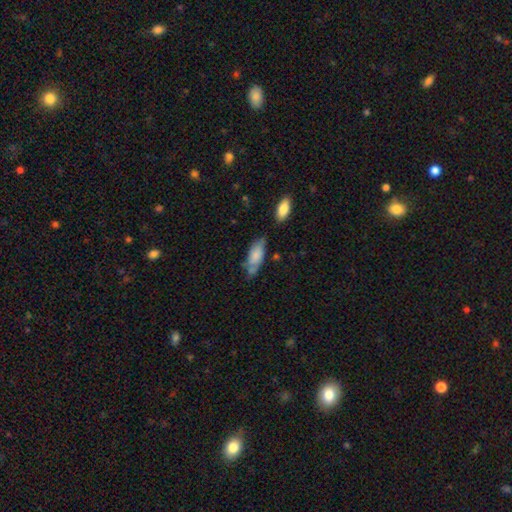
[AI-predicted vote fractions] A smooth galaxy with no disk features (74%) that is in between round and cigar-shaped (79%). Merging: none (49%).